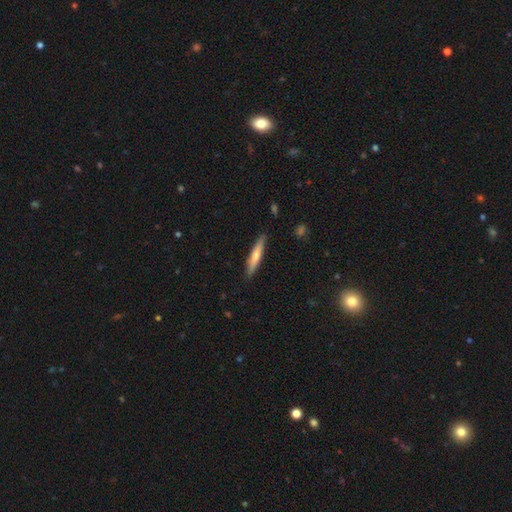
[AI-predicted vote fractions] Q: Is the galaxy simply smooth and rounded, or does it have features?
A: smooth — 64%.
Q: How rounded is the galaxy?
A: cigar-shaped — 91%.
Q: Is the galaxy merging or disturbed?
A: none — 88%.